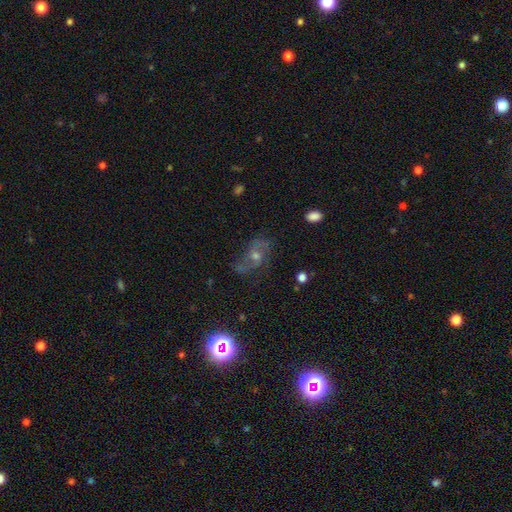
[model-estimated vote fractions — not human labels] Overall: featured or disk (60%; star or artifact 22%). Edge-on disk: no (94%). Bar: no (67%; weak 27%). Spiral arms: yes (84%). Bulge size: moderate (55%; small 35%). Merging: none (62%).